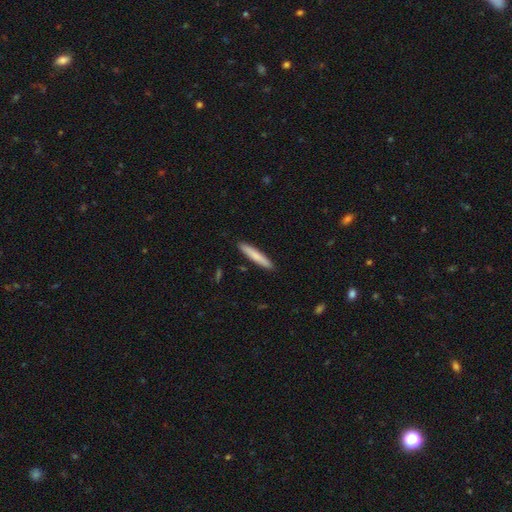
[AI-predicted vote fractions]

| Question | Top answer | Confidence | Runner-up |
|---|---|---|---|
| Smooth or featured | smooth | 78% | featured or disk (16%) |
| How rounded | cigar-shaped | 93% | in between (6%) |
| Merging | none | 91% | minor disturbance (7%) |